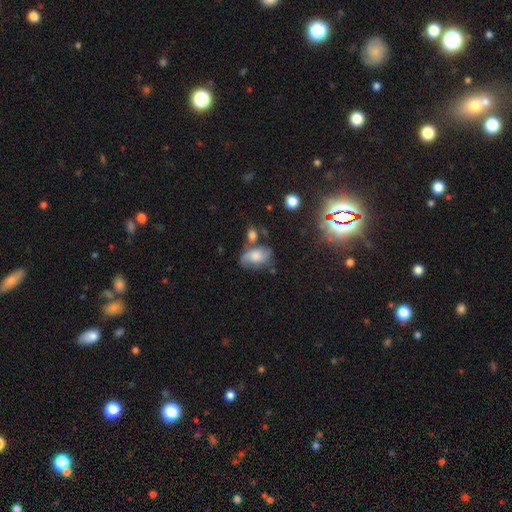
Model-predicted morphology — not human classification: smooth_or_featured: smooth (p=0.46) [alt: featured or disk p=0.43]
merging: none (p=0.48) [alt: minor disturbance p=0.25]